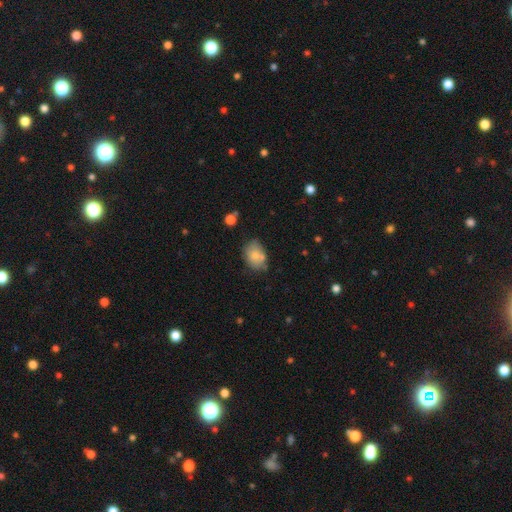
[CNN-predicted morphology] smooth 77%, featured or disk 15%, star or artifact 8%. Down the decision tree: how rounded — in between (74%); merging — none (63%).